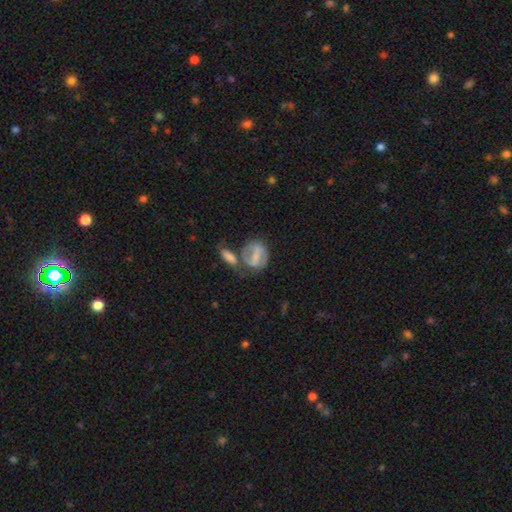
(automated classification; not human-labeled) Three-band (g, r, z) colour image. It shows a featured or disk galaxy (51%). Merging: none (41%).